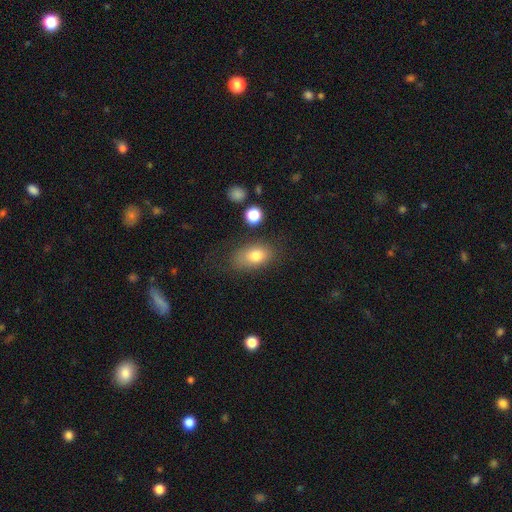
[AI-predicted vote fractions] The model was most divided on "merging": none: 69%, minor disturbance: 19%, major disturbance: 8%, merger: 4%. More confident: how rounded — in between (86%); smooth or featured — smooth (78%).